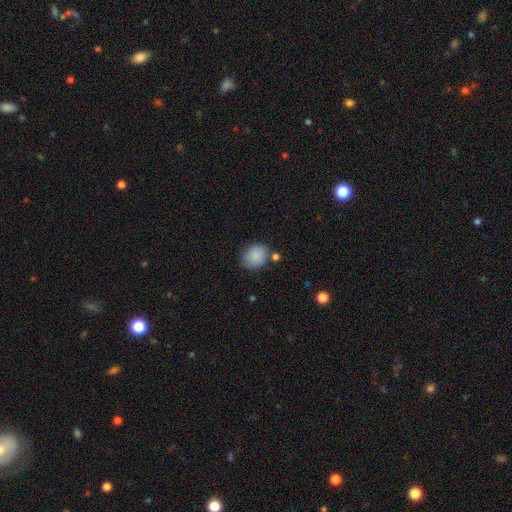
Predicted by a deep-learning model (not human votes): The model was most divided on "how rounded": round: 56%, in between: 43%, cigar-shaped: 1%. More confident: smooth or featured — smooth (87%); merging — none (73%).